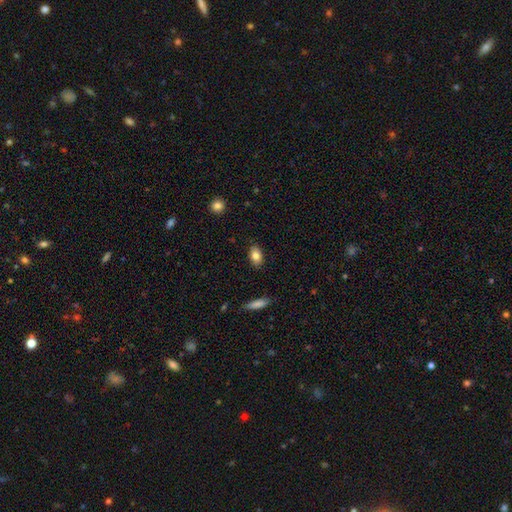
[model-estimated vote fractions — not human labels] Smooth or featured: smooth — 82% (featured or disk — 10%)
How rounded: in between — 87% (round — 11%)
Merging: none — 87% (minor disturbance — 10%)